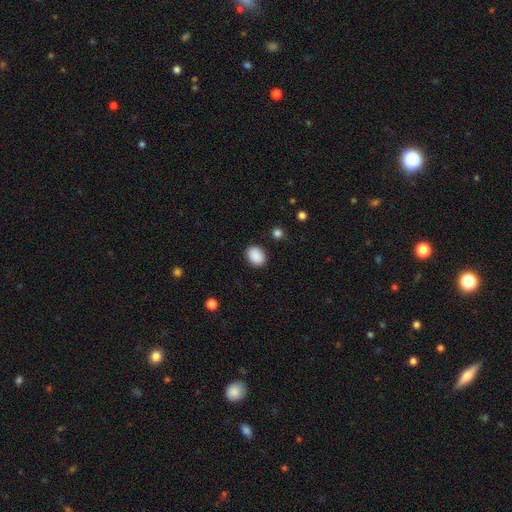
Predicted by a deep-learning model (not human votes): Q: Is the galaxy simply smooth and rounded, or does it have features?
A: smooth — 90%.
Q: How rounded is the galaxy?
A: in between — 60%.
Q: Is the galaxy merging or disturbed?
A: none — 88%.